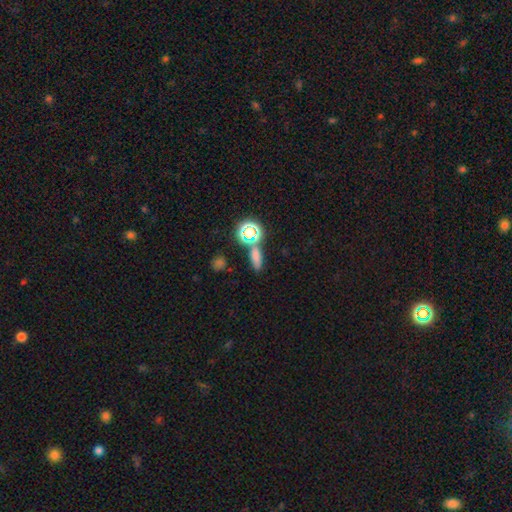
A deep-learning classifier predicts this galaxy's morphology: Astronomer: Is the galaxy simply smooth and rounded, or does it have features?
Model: smooth — 62%.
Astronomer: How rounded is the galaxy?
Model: in between — 43% (runner-up: cigar-shaped, 37%).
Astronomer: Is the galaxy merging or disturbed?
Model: none — 73%.